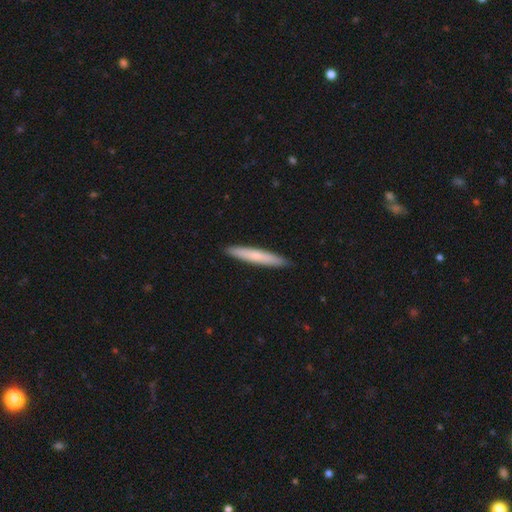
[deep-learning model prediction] Smooth or featured? smooth (70%)
How rounded? cigar-shaped (95%)
Merging? none (92%)